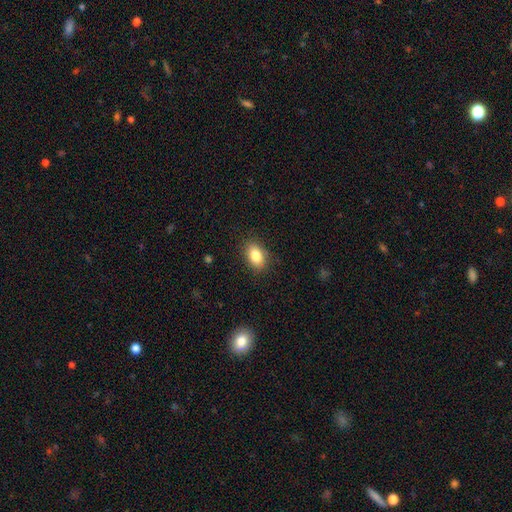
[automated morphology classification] smooth 84%, star or artifact 8%, featured or disk 8%. Down the decision tree: how rounded — in between (84%); merging — none (86%).